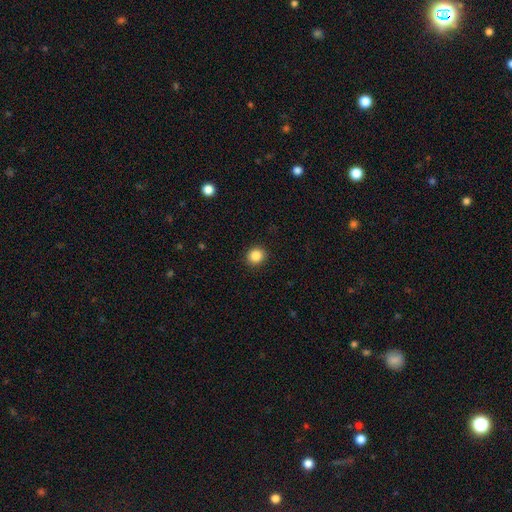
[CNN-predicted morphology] smooth-or-featured: smooth: 87% | star or artifact: 10% | featured or disk: 4%
  how-rounded: round: 85% | in between: 14% | cigar-shaped: 1%
  merging: none: 91% | minor disturbance: 6% | major disturbance: 2% | merger: 1%